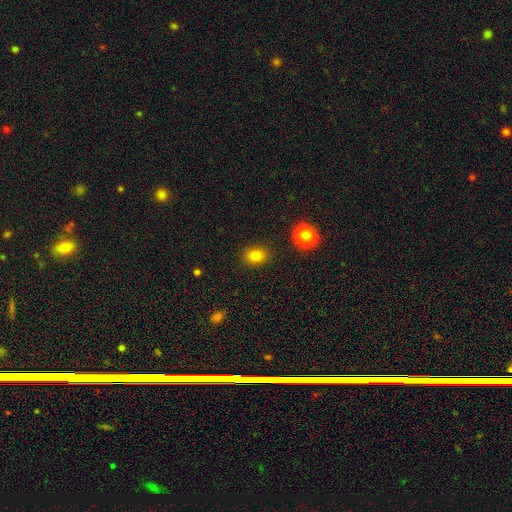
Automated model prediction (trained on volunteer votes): Smooth or featured? Predicted: smooth (p=0.79). How rounded? Predicted: round (p=0.57). Merging? Predicted: none (p=0.88).